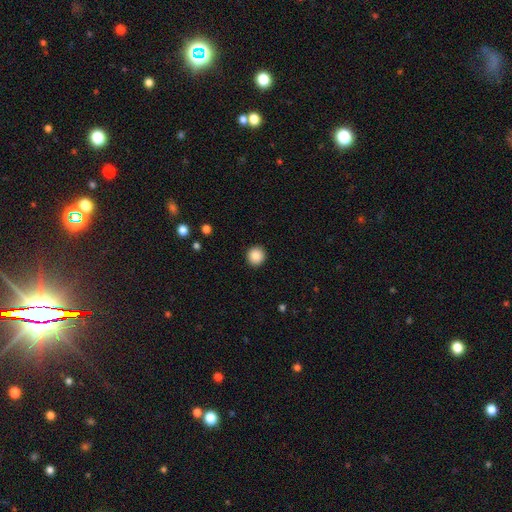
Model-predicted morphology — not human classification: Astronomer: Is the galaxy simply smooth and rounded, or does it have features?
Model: smooth — 87%.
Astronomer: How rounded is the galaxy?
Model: round — 94%.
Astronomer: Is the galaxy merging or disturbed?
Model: none — 93%.